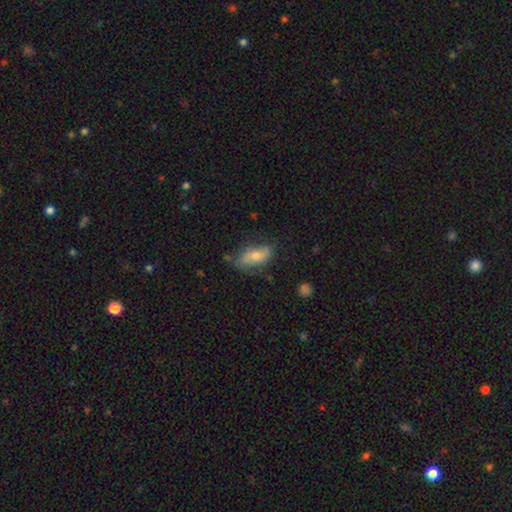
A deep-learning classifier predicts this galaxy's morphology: A smooth galaxy with no disk features (59%) that is in between round and cigar-shaped (87%).

Vote fractions:
- Smooth or featured? smooth: 59% / featured or disk: 34% / star or artifact: 7%
- How rounded? in between: 87% / cigar-shaped: 8% / round: 5%
- Merging? none: 64% / minor disturbance: 26% / major disturbance: 7% / merger: 3%